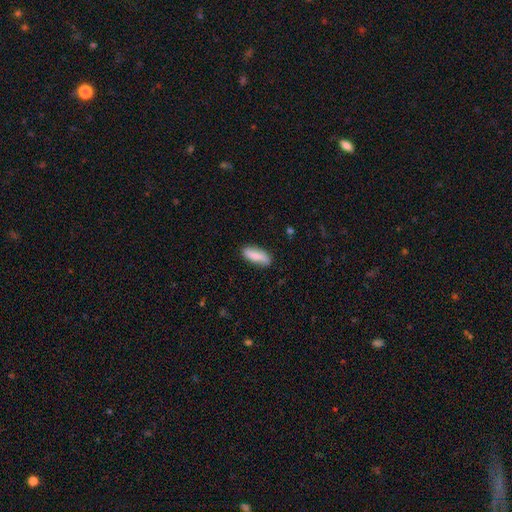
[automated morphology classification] A smooth galaxy with no disk features (78%) that is in between round and cigar-shaped (61%).

Vote fractions:
- Smooth or featured? smooth: 78% / featured or disk: 16% / star or artifact: 6%
- How rounded? in between: 61% / cigar-shaped: 37% / round: 2%
- Merging? none: 81% / minor disturbance: 14% / major disturbance: 3% / merger: 2%